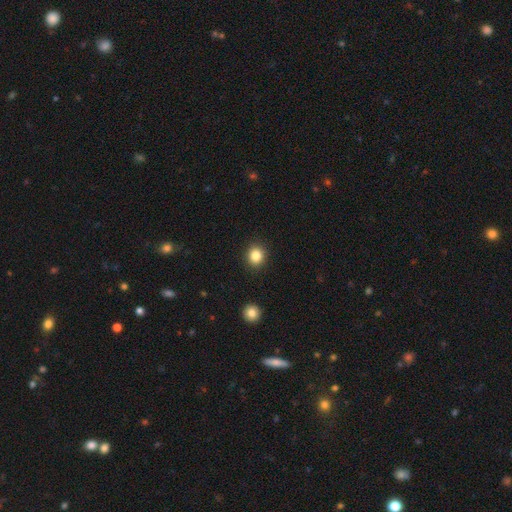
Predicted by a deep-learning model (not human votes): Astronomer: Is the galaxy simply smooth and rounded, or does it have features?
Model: smooth — 84%.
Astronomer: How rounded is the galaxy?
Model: round — 82%.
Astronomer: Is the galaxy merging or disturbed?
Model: none — 91%.